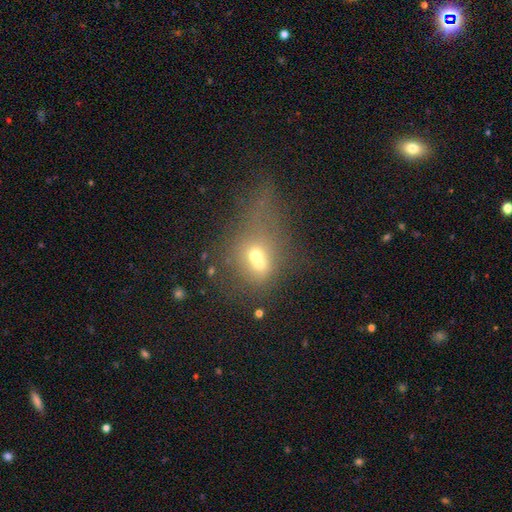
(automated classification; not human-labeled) The model was most divided on "smooth or featured": smooth: 52%, featured or disk: 29%, star or artifact: 19%. More confident: merging — merger (63%); how rounded — round (62%).